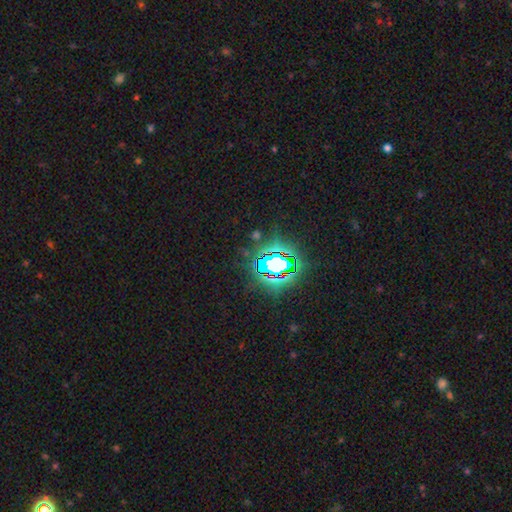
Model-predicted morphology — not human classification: smooth_or_featured: star or artifact (p=0.84) [alt: smooth p=0.09]